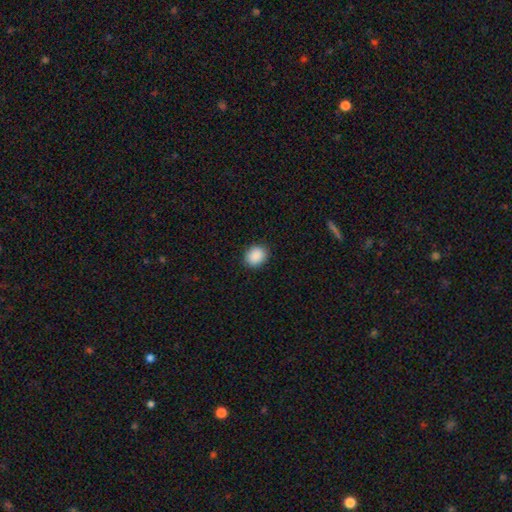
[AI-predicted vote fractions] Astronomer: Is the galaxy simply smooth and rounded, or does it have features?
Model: smooth — 90%.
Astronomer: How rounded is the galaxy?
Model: round — 60% (runner-up: in between, 39%).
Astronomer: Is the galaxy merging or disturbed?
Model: none — 89%.